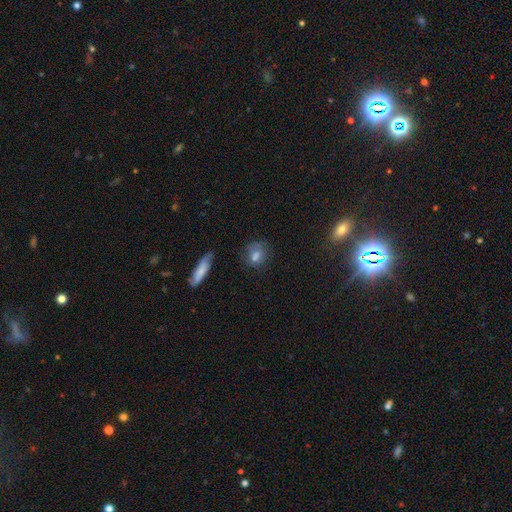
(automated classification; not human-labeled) A smooth galaxy with no disk features (70%) that is round (64%).

Vote fractions:
- Smooth or featured? smooth: 70% / featured or disk: 17% / star or artifact: 14%
- How rounded? round: 64% / in between: 31% / cigar-shaped: 4%
- Merging? none: 68% / minor disturbance: 20% / major disturbance: 8% / merger: 4%